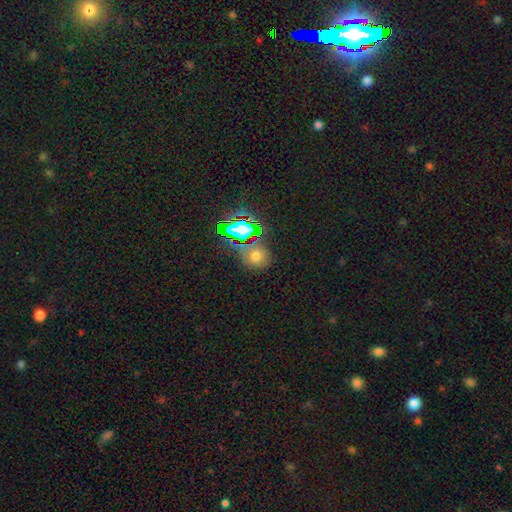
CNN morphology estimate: Overall: smooth (59%; star or artifact 32%). How rounded: round (75%). Merging: none (74%).